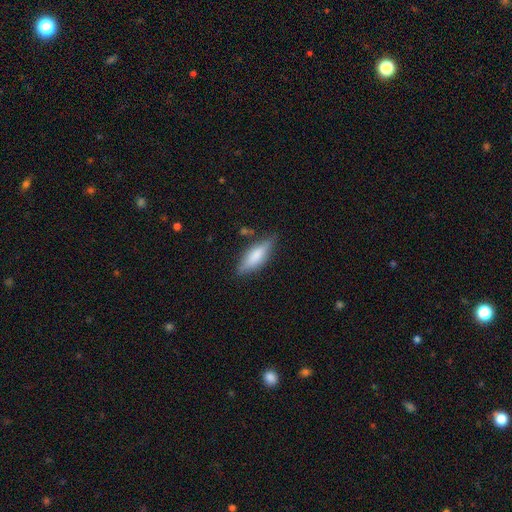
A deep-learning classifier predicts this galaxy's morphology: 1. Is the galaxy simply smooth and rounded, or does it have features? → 66% smooth, 27% featured or disk, 6% star or artifact.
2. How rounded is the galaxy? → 52% in between, 46% cigar-shaped, 2% round.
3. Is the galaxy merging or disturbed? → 76% none, 17% minor disturbance, 4% major disturbance, 2% merger.